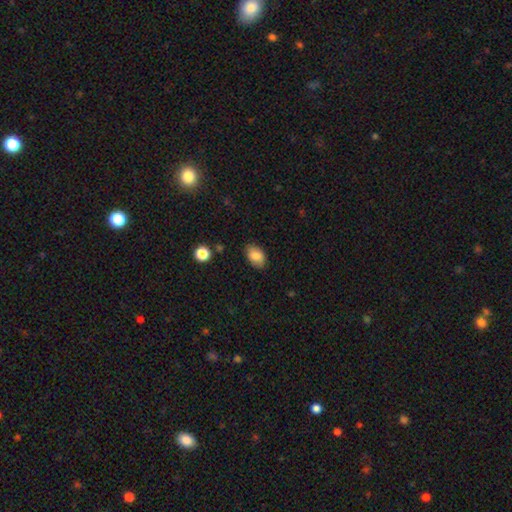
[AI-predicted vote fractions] Q: Smooth or featured?
A: smooth (84%); runner-up: star or artifact (8%)
Q: How rounded?
A: in between (88%); runner-up: round (11%)
Q: Merging?
A: none (84%); runner-up: minor disturbance (13%)